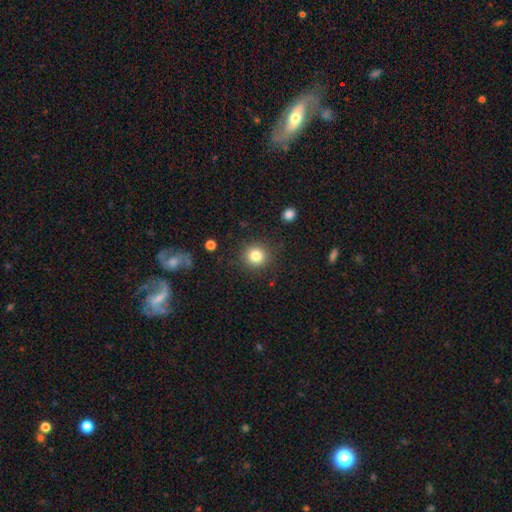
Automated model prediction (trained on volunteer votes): Q: Smooth or featured?
A: smooth (83%); runner-up: star or artifact (11%)
Q: How rounded?
A: round (92%); runner-up: in between (8%)
Q: Merging?
A: none (88%); runner-up: minor disturbance (7%)